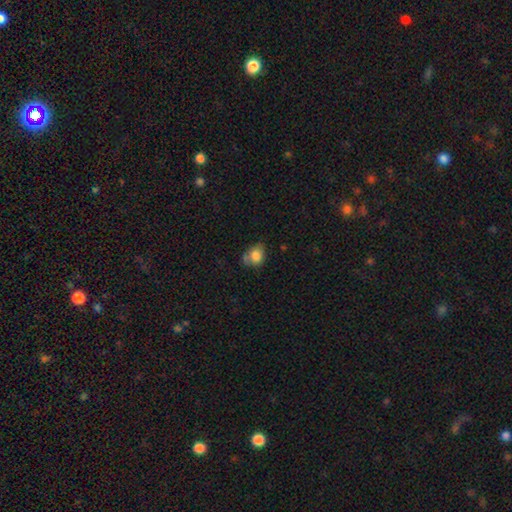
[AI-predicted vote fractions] Q: Smooth or featured?
A: smooth (79%); runner-up: featured or disk (11%)
Q: How rounded?
A: in between (54%); runner-up: round (45%)
Q: Merging?
A: none (49%); runner-up: minor disturbance (33%)